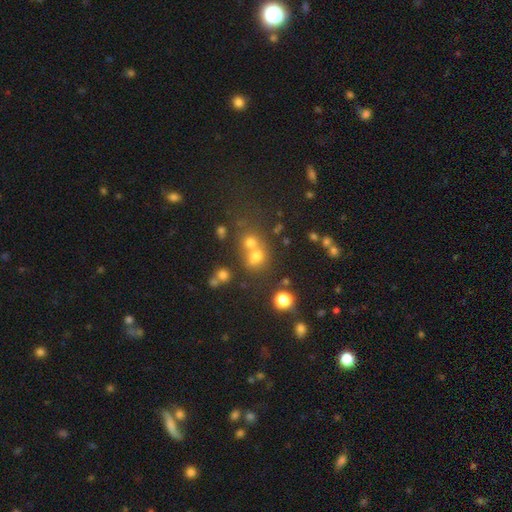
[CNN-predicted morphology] Q: Smooth or featured?
A: smooth (64%); runner-up: star or artifact (23%)
Q: How rounded?
A: round (72%); runner-up: in between (27%)
Q: Merging?
A: merger (47%); runner-up: none (41%)